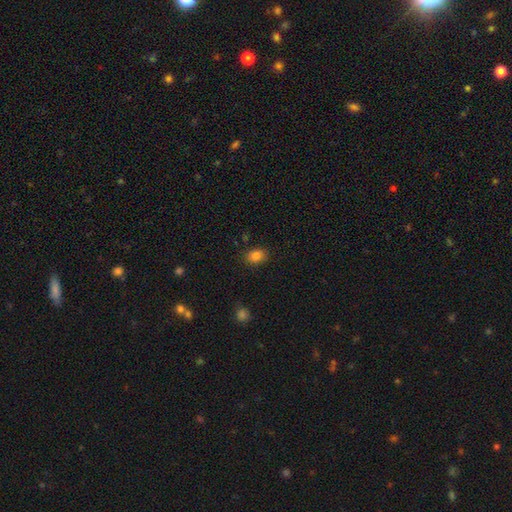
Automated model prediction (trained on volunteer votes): This appears to be a smooth galaxy with no disk features (85%) that is in between round and cigar-shaped (71%). Merging: none (82%).